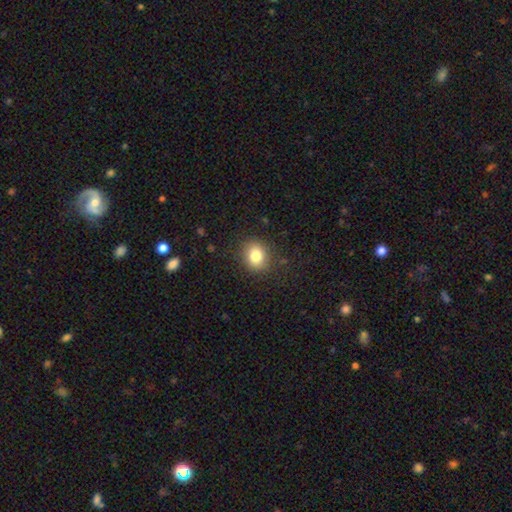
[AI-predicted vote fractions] Q: Smooth or featured?
A: smooth (82%); runner-up: star or artifact (11%)
Q: How rounded?
A: round (65%); runner-up: in between (34%)
Q: Merging?
A: none (86%); runner-up: minor disturbance (10%)